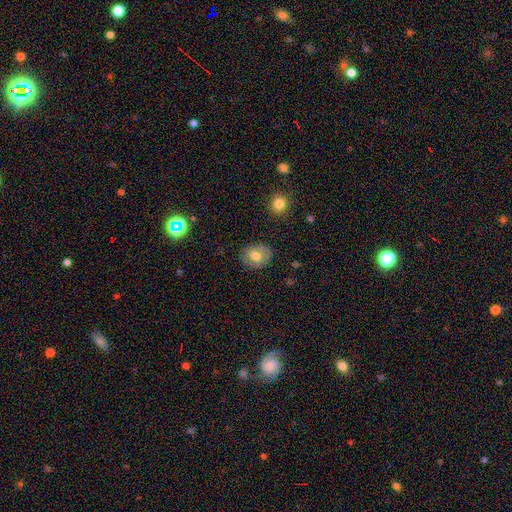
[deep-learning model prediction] Smooth or featured? Predicted: smooth (p=0.64). How rounded? Predicted: round (p=0.58). Merging? Predicted: none (p=0.82).